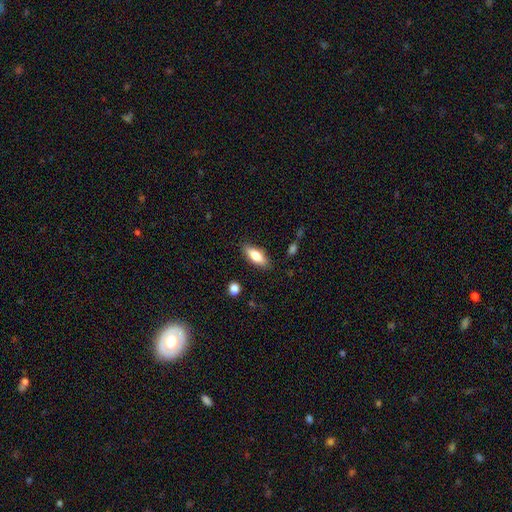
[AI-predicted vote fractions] Morphology: type=smooth (78%); roundness=in between (71%); merging=none (85%).